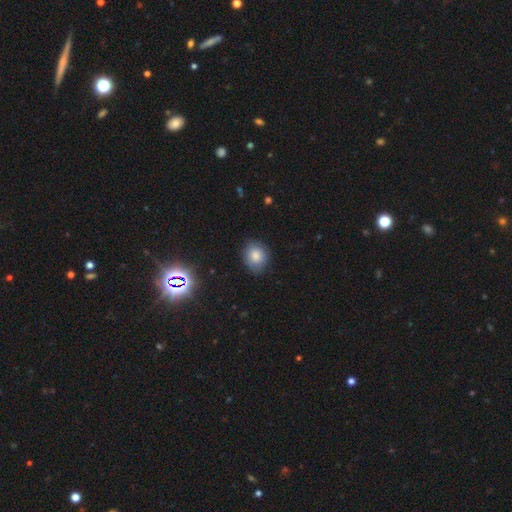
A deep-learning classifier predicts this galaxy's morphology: A smooth galaxy with no disk features (82%) that is round (63%). Merging: none (80%).